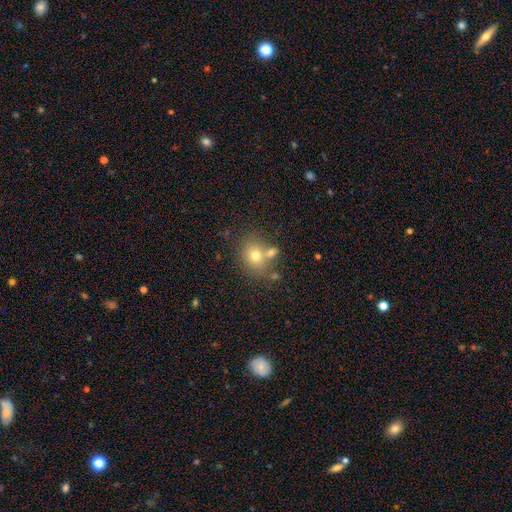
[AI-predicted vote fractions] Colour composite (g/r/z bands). It shows a smooth galaxy with no disk features (71%) that is round (63%). Merging: none (57%).